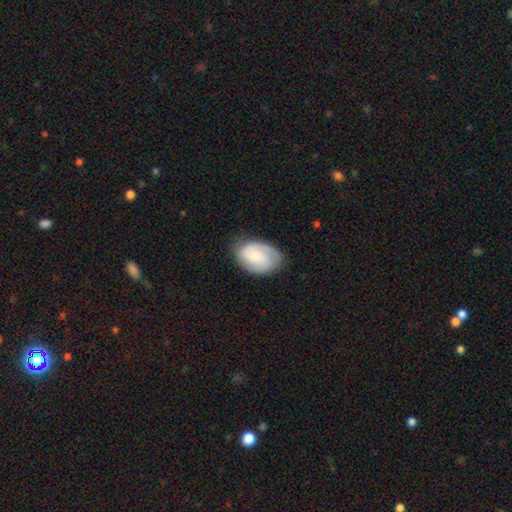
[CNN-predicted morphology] Overall: featured or disk (59%; smooth 35%). Edge-on disk: no (97%). Bar: no (64%; weak 31%). Spiral arms: yes (90%). Spiral arm count: 2 (51%; can't tell 21%). Spiral winding: tight (47%; medium 39%). Bulge size: small (59%; moderate 33%). Merging: none (71%).